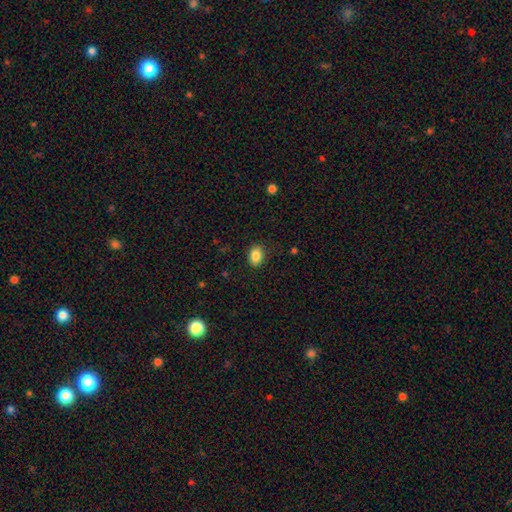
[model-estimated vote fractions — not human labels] The model was most divided on "how rounded": in between: 76%, round: 22%, cigar-shaped: 1%. More confident: merging — none (87%); smooth or featured — smooth (86%).